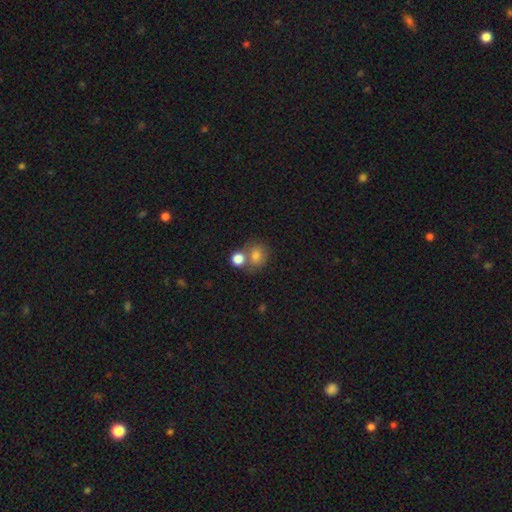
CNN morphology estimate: This is likely a smooth galaxy (78%). How rounded: likely round (73%). Merging: possibly none (49%).